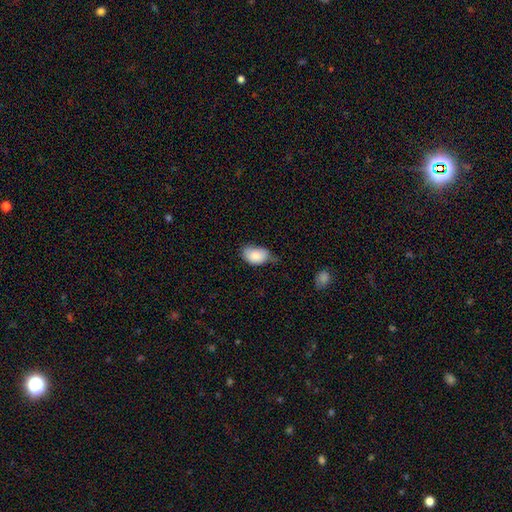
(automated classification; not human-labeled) Overall: smooth (85%). How rounded: in between (87%). Merging: minor disturbance (47%; none 39%).